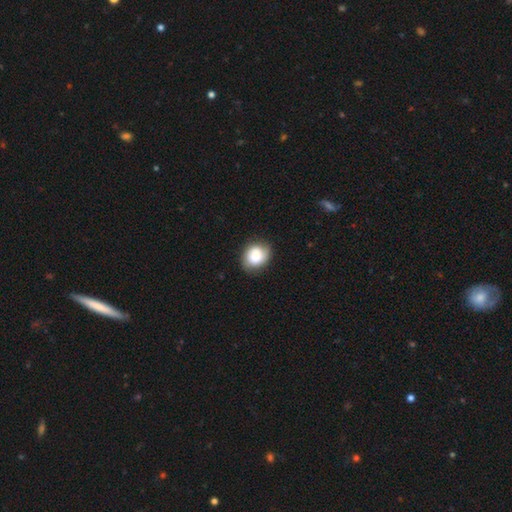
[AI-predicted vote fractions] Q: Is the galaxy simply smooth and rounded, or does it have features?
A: smooth — 74%.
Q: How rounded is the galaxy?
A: round — 57%.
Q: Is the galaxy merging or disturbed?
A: none — 73%.